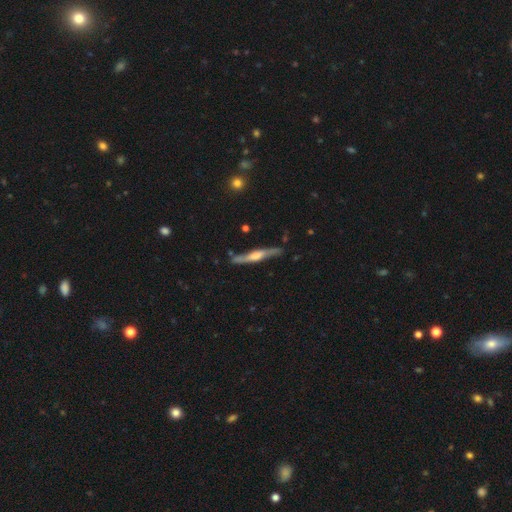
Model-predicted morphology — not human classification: Q: Smooth or featured?
A: featured or disk (74%); runner-up: smooth (20%)
Q: Edge-on disk?
A: yes (91%); runner-up: no (9%)
Q: Edge-on bulge?
A: rounded (70%); runner-up: boxy (18%)
Q: Merging?
A: none (80%); runner-up: minor disturbance (15%)